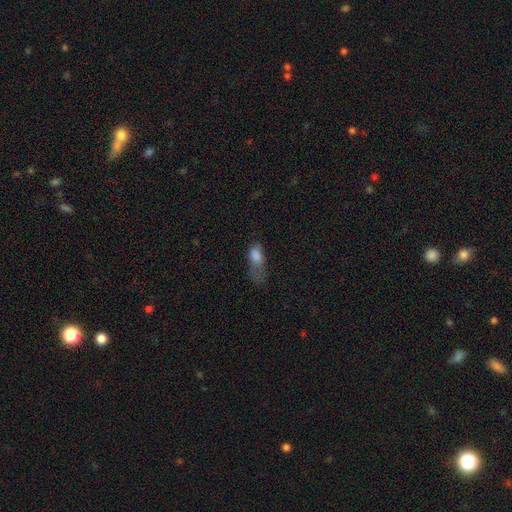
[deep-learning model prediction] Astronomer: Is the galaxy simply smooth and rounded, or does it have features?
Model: smooth — 73%.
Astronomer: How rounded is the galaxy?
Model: in between — 78%.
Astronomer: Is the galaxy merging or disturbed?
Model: major disturbance — 51%.